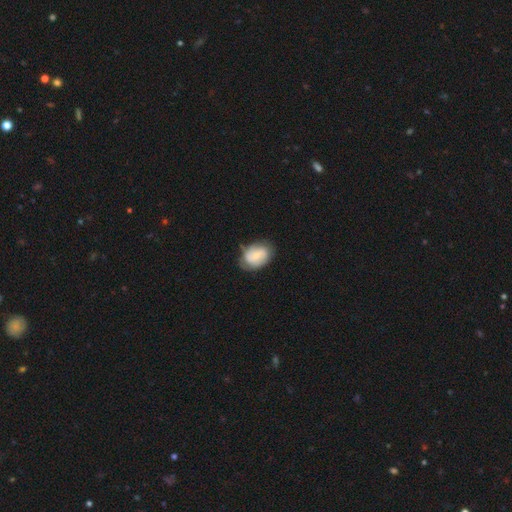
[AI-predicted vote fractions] This is possibly a smooth galaxy (56%). How rounded: likely in between (77%). Merging: likely none (60%).